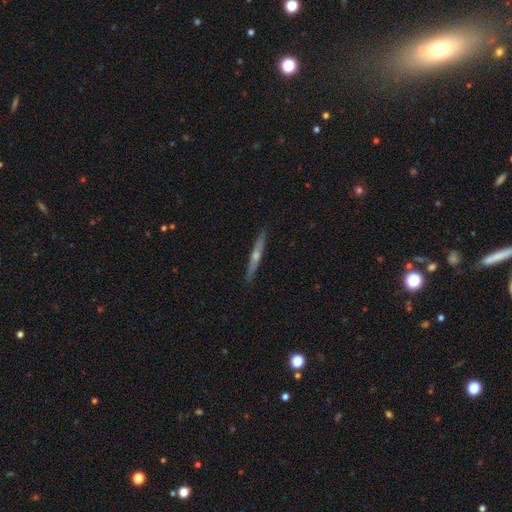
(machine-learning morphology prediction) type=featured or disk (66%); edge-on=yes (97%); edge-on bulge=rounded (79%); merging=none (91%).